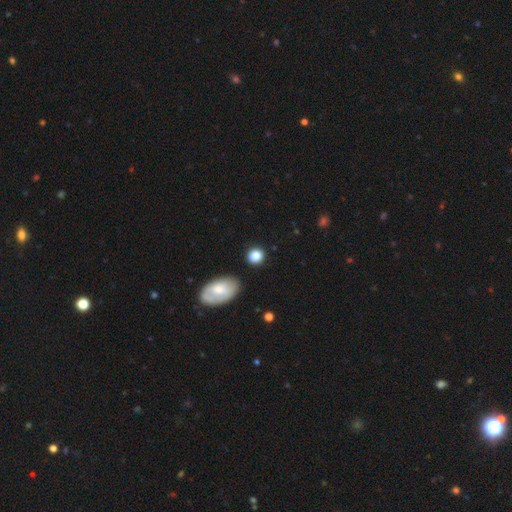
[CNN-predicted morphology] Smooth or featured?
  - smooth: 86% *
  - star or artifact: 8%
  - featured or disk: 6%
How rounded?
  - round: 81% *
  - in between: 17%
  - cigar-shaped: 2%
Merging?
  - none: 84% *
  - minor disturbance: 10%
  - merger: 3%
  - major disturbance: 3%